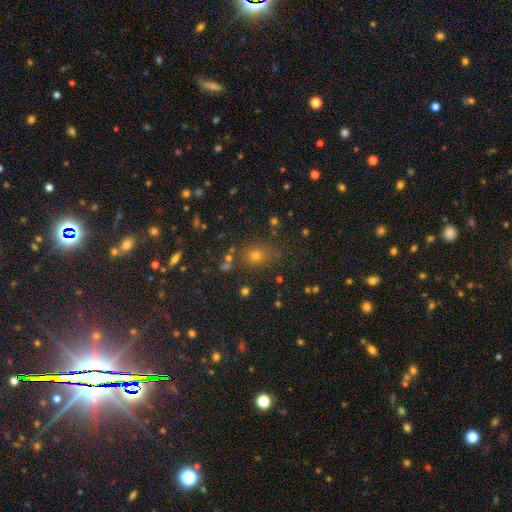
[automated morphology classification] Smooth or featured?
  - smooth: 61% *
  - star or artifact: 31%
  - featured or disk: 8%
How rounded?
  - round: 71% *
  - in between: 28%
  - cigar-shaped: 2%
Merging?
  - none: 78% *
  - minor disturbance: 12%
  - merger: 6%
  - major disturbance: 4%